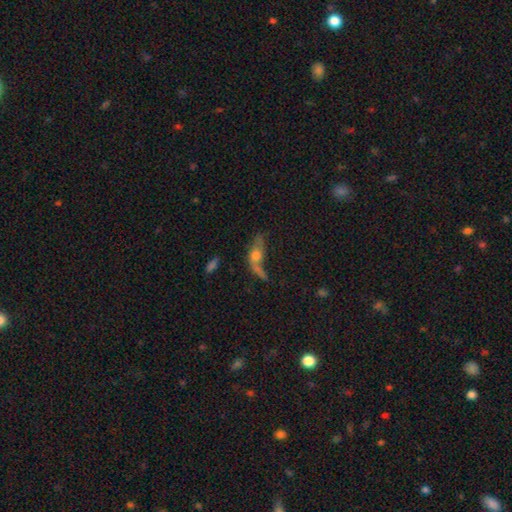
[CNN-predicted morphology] Smooth or featured: smooth — 46% (featured or disk — 41%)
Merging: none — 34% (major disturbance — 24%)